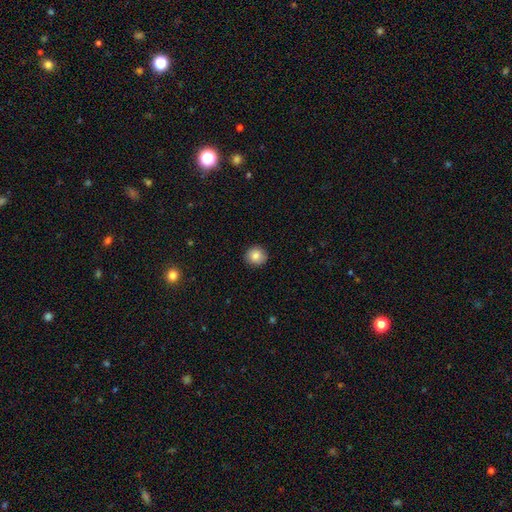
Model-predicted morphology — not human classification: smooth_or_featured: smooth (p=0.85) [alt: star or artifact p=0.09]
how_rounded: round (p=0.91) [alt: in between p=0.08]
merging: none (p=0.91) [alt: minor disturbance p=0.07]